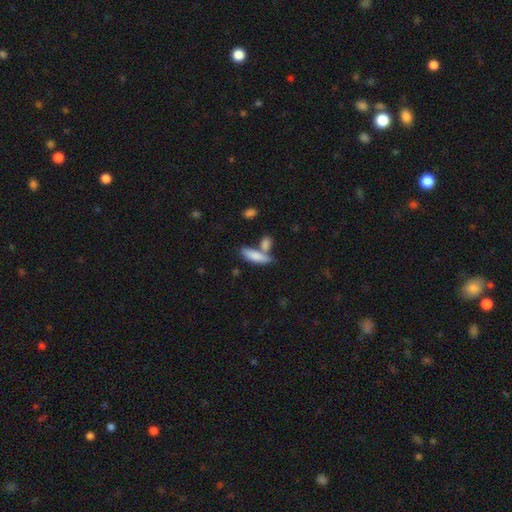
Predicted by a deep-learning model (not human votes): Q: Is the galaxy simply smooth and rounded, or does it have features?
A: smooth — 79%.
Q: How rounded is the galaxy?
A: cigar-shaped — 50%.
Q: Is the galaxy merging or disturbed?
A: none — 47%.